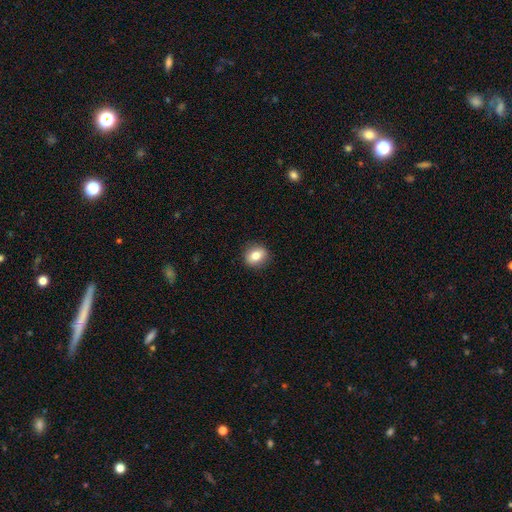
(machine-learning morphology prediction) Smooth or featured? smooth (78%)
How rounded? round (61%)
Merging? none (89%)